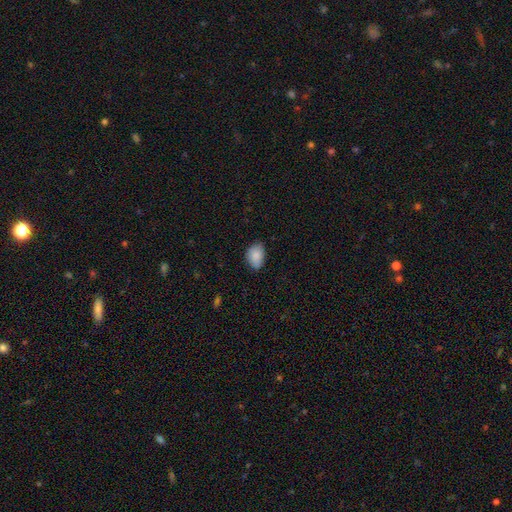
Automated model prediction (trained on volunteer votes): smooth 87%, star or artifact 7%, featured or disk 6%. Down the decision tree: how rounded — in between (83%); merging — none (71%).